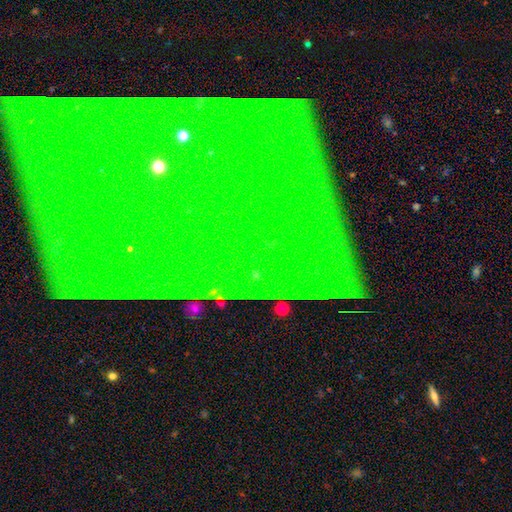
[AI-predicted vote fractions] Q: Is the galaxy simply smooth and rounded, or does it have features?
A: star or artifact — 83%.